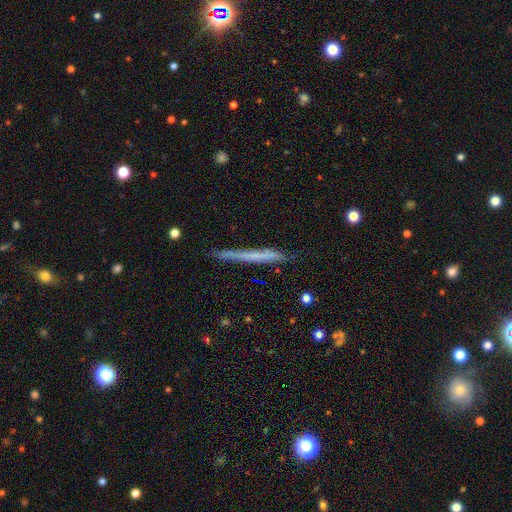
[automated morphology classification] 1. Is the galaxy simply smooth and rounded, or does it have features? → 50% smooth, 43% featured or disk, 7% star or artifact.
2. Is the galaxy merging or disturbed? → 82% none, 14% minor disturbance, 2% major disturbance, 2% merger.